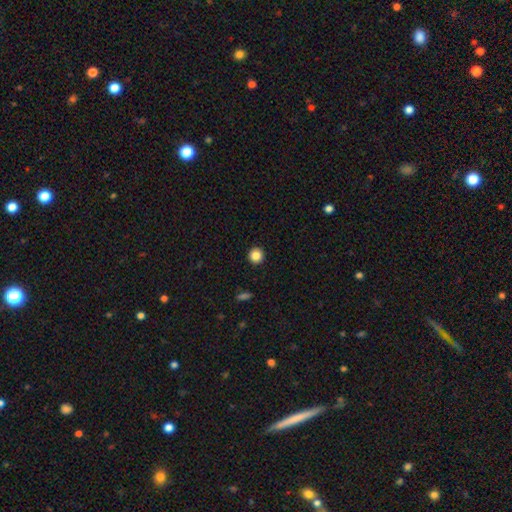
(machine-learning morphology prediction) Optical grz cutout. It shows a smooth galaxy with no disk features (85%) that is round (95%). Merging: none (93%).